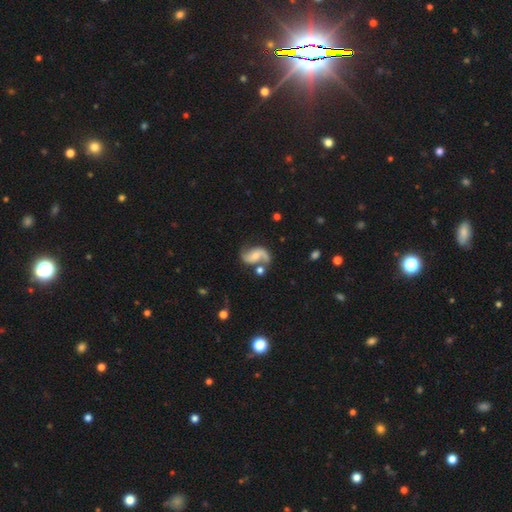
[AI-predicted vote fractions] Smooth or featured: featured or disk — 84% (smooth — 10%)
Edge-on disk: no — 98% (yes — 2%)
Bar: no — 52% (weak — 34%)
Spiral arms: yes — 96% (no — 4%)
Spiral winding: loose — 59% (medium — 33%)
Spiral arm count: 2 — 90% (1 — 4%)
Bulge size: small — 45% (moderate — 43%)
Merging: none — 61% (minor disturbance — 17%)